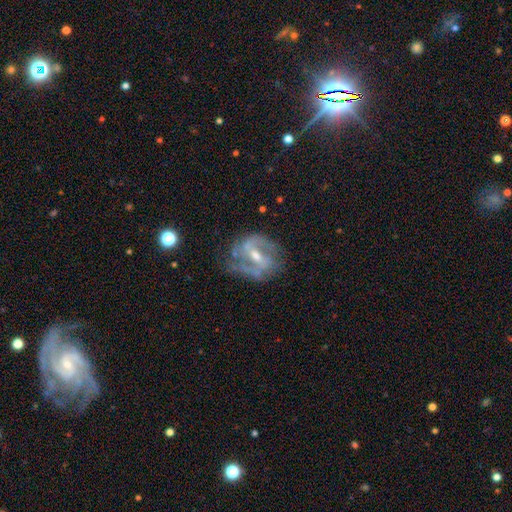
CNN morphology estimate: featured or disk 84%, smooth 9%, star or artifact 7%. Down the decision tree: edge-on disk — no (96%); bar — weak (43%); spiral arms — yes (89%); spiral arm count — 2 (75%); spiral winding — medium (49%); bulge size — moderate (52%); merging — none (66%).